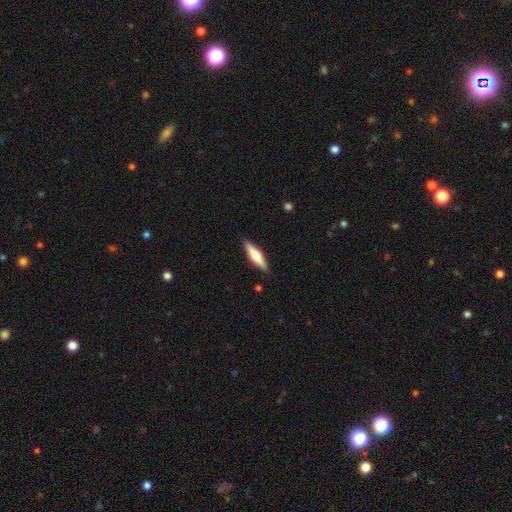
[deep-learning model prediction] Overall: smooth (52%; featured or disk 43%). How rounded: cigar-shaped (68%; in between 30%). Merging: none (89%).